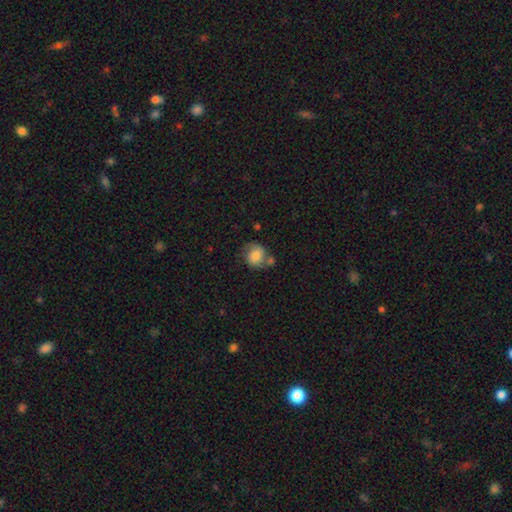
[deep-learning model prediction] This appears to be a smooth galaxy with no disk features (62%) that is round (74%). Merging: none (54%).